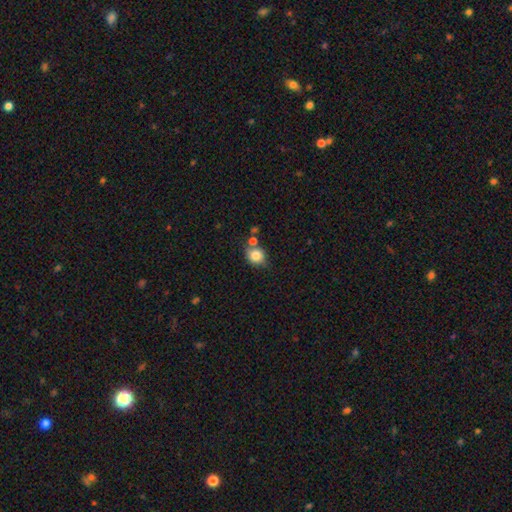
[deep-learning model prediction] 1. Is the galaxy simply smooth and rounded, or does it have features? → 81% smooth, 10% star or artifact, 9% featured or disk.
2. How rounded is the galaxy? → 74% round, 25% in between, 1% cigar-shaped.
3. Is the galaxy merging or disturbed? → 59% none, 19% merger, 17% minor disturbance, 5% major disturbance.